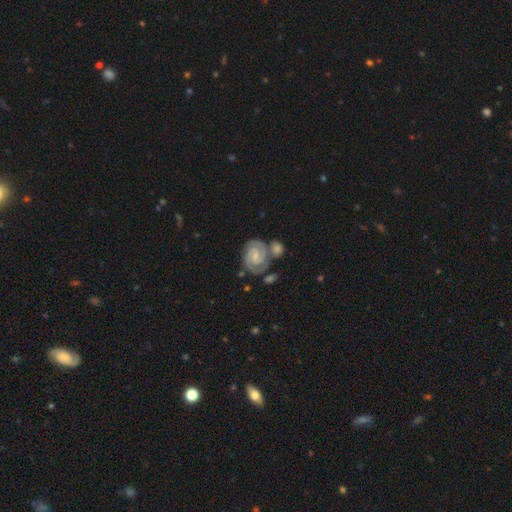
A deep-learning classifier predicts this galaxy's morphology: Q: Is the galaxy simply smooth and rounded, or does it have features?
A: featured or disk — 88%.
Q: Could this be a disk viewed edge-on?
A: no — 98%.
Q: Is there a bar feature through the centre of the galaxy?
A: no — 44%, tied with weak.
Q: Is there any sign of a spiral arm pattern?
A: yes — 98%.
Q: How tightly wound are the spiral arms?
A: tight — 70%.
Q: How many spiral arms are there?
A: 2 — 83%.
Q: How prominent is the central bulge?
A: small — 68%.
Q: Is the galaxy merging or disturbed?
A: none — 59%.